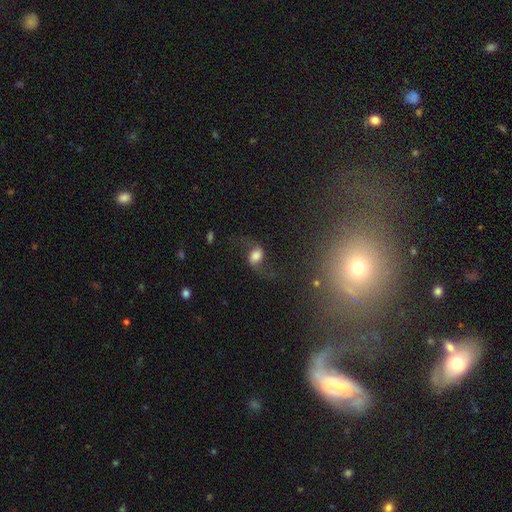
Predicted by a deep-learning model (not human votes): Smooth or featured? Predicted: featured or disk (p=0.56). Edge-on disk? Predicted: no (p=0.95). Bar? Predicted: no (p=0.48). Spiral arms? Predicted: yes (p=0.90). Bulge size? Predicted: large (p=0.36). Merging? Predicted: none (p=0.58).